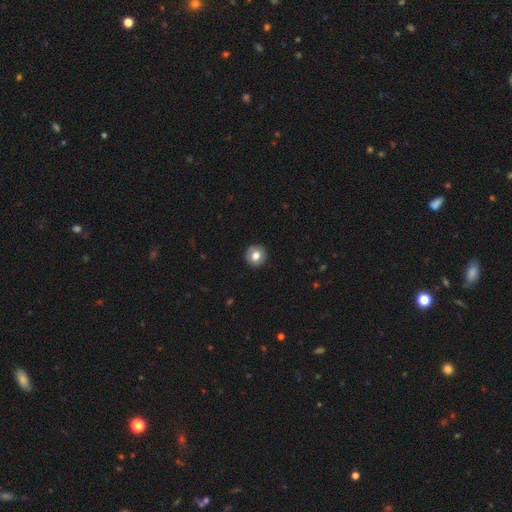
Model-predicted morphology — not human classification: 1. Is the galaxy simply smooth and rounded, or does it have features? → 76% smooth, 16% featured or disk, 9% star or artifact.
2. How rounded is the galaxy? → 94% round, 5% in between, 1% cigar-shaped.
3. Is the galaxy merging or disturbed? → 92% none, 6% minor disturbance, 2% major disturbance, 1% merger.